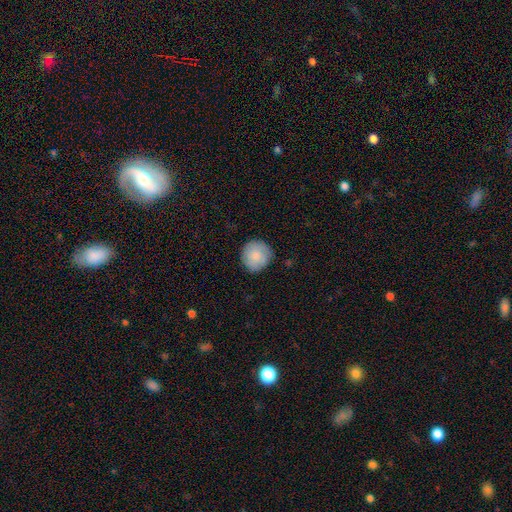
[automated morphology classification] Overall: smooth (82%). How rounded: round (91%). Merging: none (80%).